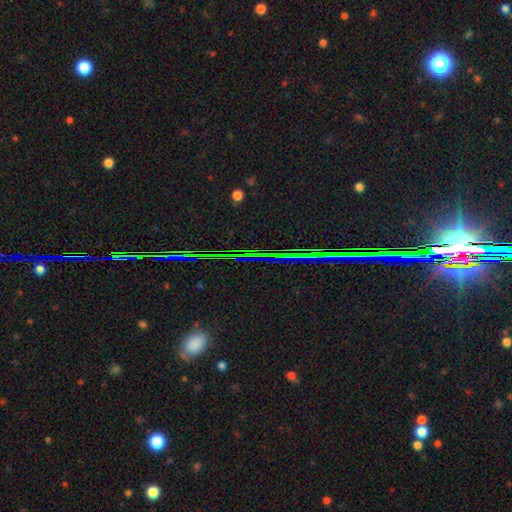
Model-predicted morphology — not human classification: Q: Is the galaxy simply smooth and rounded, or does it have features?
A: star or artifact — 83%.